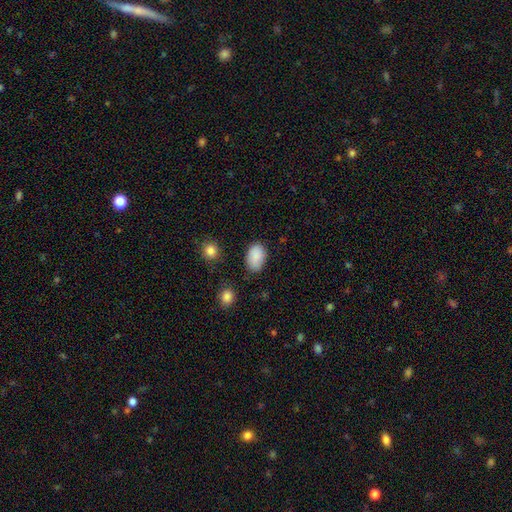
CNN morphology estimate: Smooth or featured? smooth (88%)
How rounded? in between (88%)
Merging? none (75%)